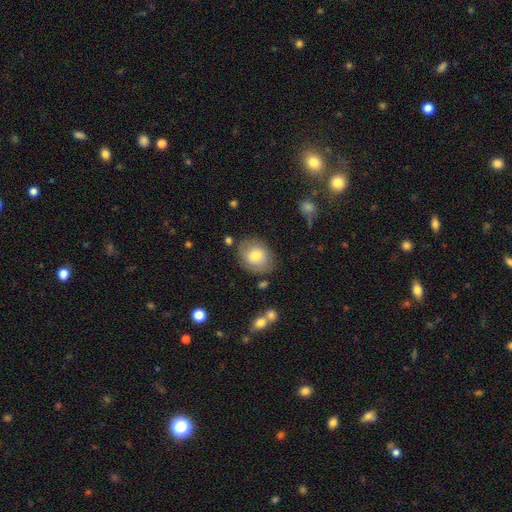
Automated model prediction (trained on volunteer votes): Smooth or featured? smooth (71%)
How rounded? round (53%)
Merging? none (75%)